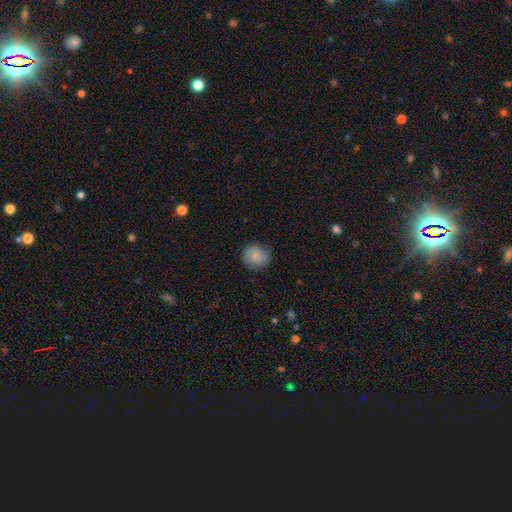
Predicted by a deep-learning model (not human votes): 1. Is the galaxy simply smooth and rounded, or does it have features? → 72% smooth, 20% featured or disk, 8% star or artifact.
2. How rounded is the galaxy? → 80% round, 19% in between, 1% cigar-shaped.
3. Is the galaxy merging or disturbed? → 78% none, 17% minor disturbance, 4% major disturbance, 1% merger.